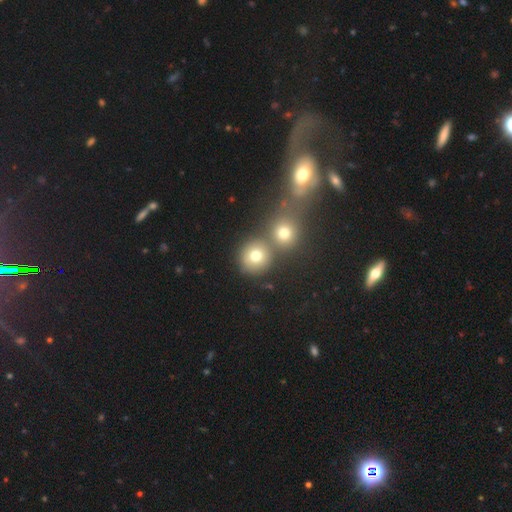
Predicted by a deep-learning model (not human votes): Overall: smooth (74%). How rounded: round (90%). Merging: none (61%; merger 29%).